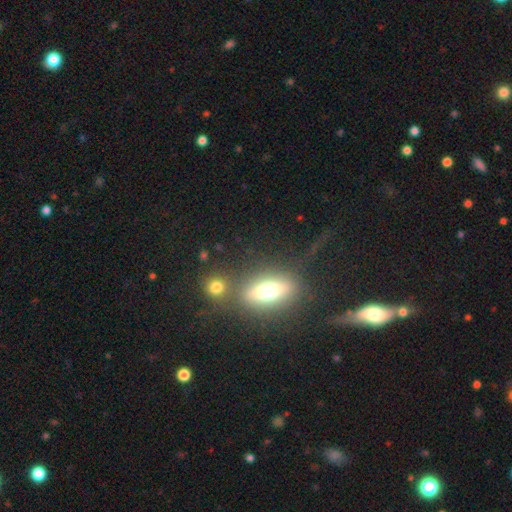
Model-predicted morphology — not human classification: smooth 49%, featured or disk 31%, star or artifact 20%. Down the decision tree: merging — none (65%).